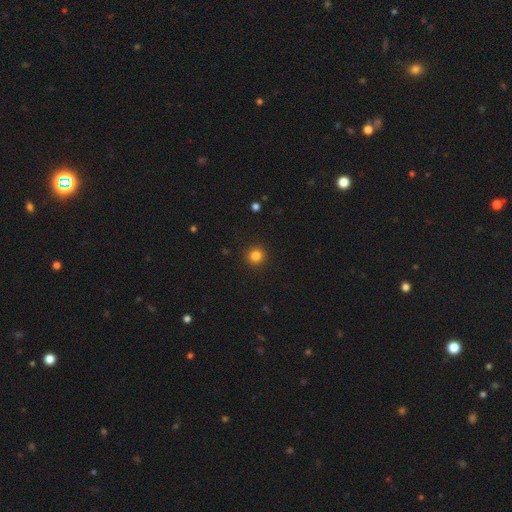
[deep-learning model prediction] Q: Smooth or featured?
A: smooth (83%); runner-up: star or artifact (13%)
Q: How rounded?
A: round (94%); runner-up: in between (5%)
Q: Merging?
A: none (93%); runner-up: minor disturbance (5%)